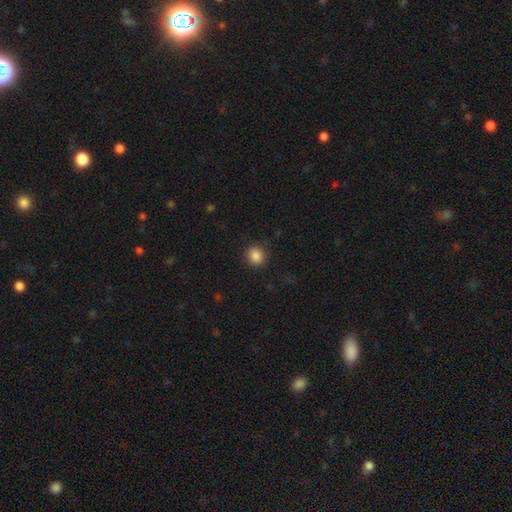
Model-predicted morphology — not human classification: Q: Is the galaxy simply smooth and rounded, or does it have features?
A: smooth — 87%.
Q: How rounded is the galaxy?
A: round — 83%.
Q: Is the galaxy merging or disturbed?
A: none — 88%.